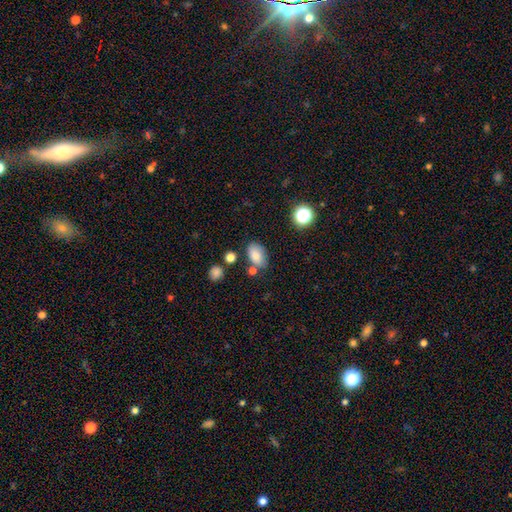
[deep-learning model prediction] Q: Smooth or featured?
A: smooth (79%); runner-up: featured or disk (10%)
Q: How rounded?
A: in between (89%); runner-up: round (10%)
Q: Merging?
A: none (70%); runner-up: minor disturbance (18%)